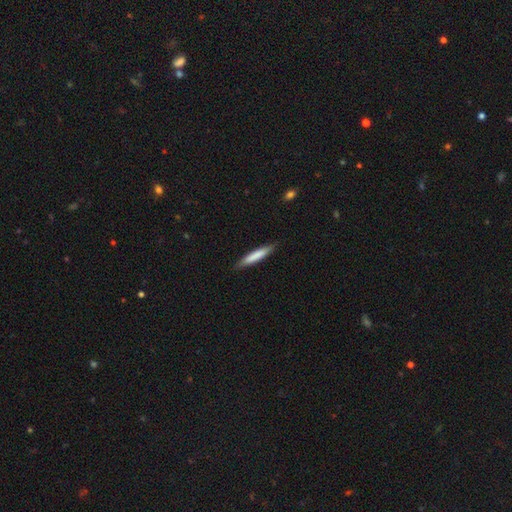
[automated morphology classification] smooth 74%, featured or disk 21%, star or artifact 5%. Down the decision tree: how rounded — cigar-shaped (92%); merging — none (87%).